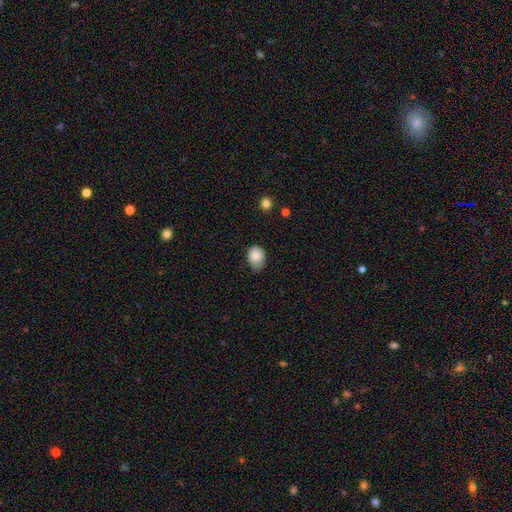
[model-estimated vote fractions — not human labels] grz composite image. It shows a smooth galaxy with no disk features (83%) that is in between round and cigar-shaped (53%). Merging: minor disturbance (45%).